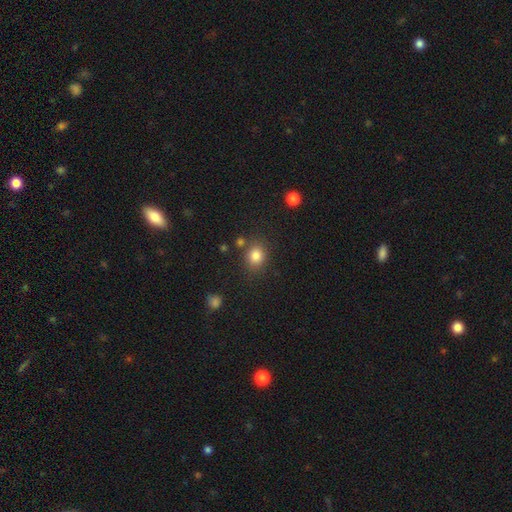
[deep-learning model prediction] Smooth or featured? smooth (83%)
How rounded? round (67%)
Merging? none (78%)